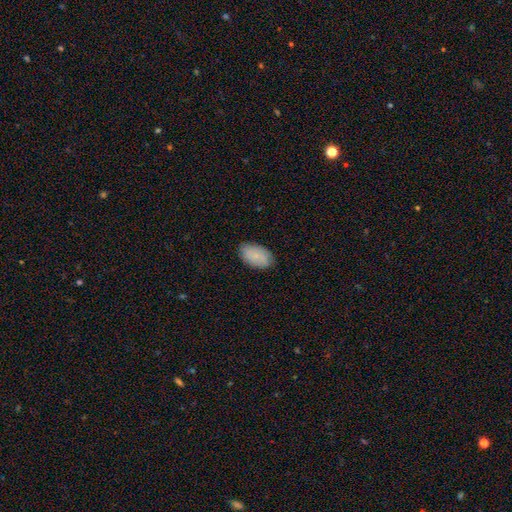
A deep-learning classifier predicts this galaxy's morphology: The model was most divided on "smooth or featured": smooth: 78%, featured or disk: 15%, star or artifact: 7%. More confident: how rounded — in between (94%); merging — none (82%).